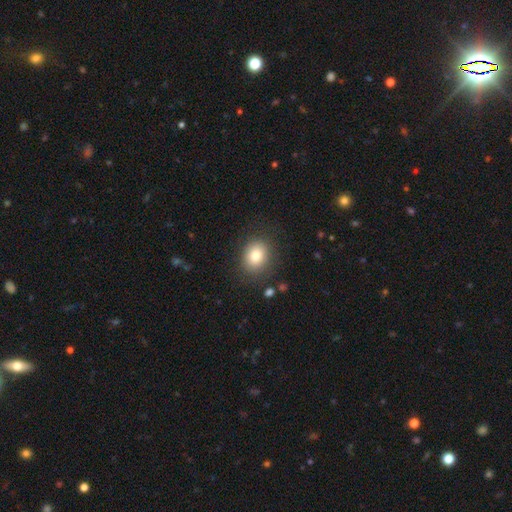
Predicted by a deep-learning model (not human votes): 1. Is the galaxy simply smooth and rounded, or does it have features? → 81% smooth, 10% star or artifact, 9% featured or disk.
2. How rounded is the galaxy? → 59% round, 40% in between, 1% cigar-shaped.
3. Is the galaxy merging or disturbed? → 84% none, 11% minor disturbance, 4% major disturbance, 2% merger.